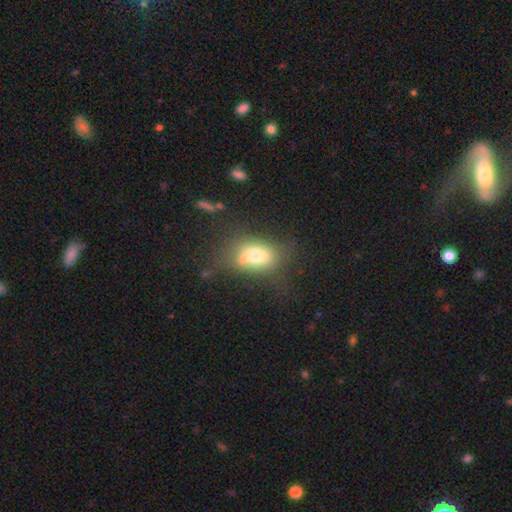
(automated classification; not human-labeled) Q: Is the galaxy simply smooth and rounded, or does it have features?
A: smooth — 67%.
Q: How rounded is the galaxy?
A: in between — 76%.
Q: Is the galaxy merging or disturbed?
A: none — 47%.